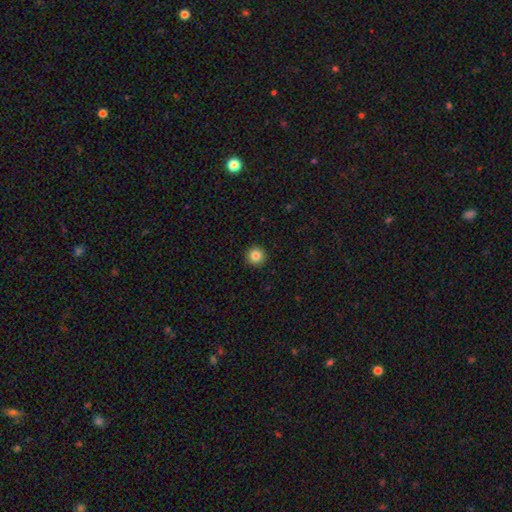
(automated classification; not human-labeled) smooth_or_featured: smooth (p=0.84) [alt: star or artifact p=0.10]
how_rounded: round (p=0.96) [alt: in between p=0.03]
merging: none (p=0.94) [alt: minor disturbance p=0.04]